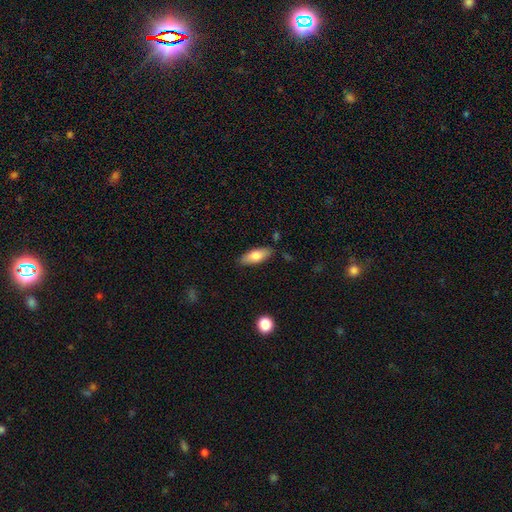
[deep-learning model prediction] The model was most divided on "how rounded": in between: 72%, cigar-shaped: 25%, round: 2%. More confident: merging — none (82%); smooth or featured — smooth (75%).